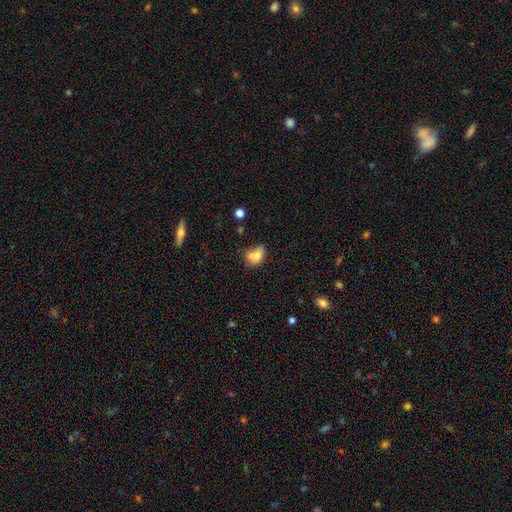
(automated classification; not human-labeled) smooth 76%, featured or disk 14%, star or artifact 10%. Down the decision tree: how rounded — in between (76%); merging — none (39%).